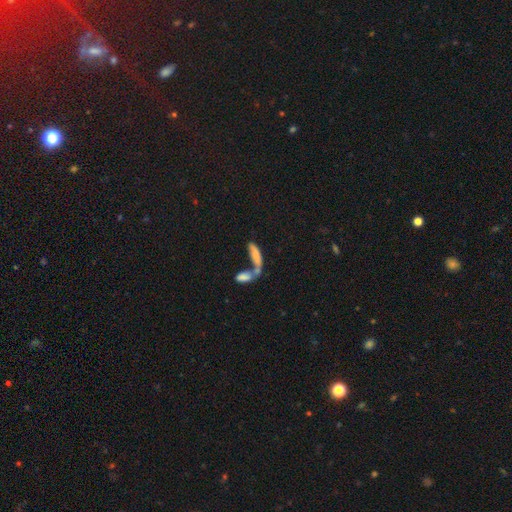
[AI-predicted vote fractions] Overall: smooth (72%). How rounded: in between (51%; cigar-shaped 47%). Merging: merger (65%).